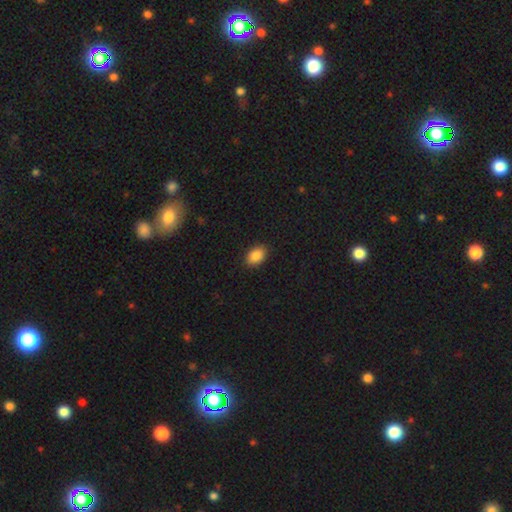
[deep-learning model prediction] Smooth or featured? Predicted: smooth (p=0.87). How rounded? Predicted: in between (p=0.83). Merging? Predicted: none (p=0.88).